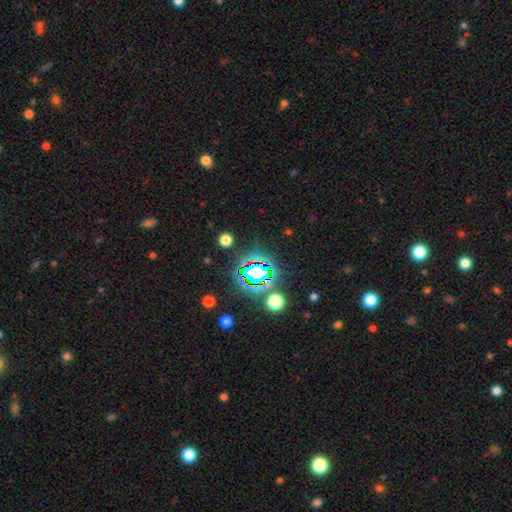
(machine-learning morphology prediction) smooth-or-featured: star or artifact: 80% | smooth: 12% | featured or disk: 8%